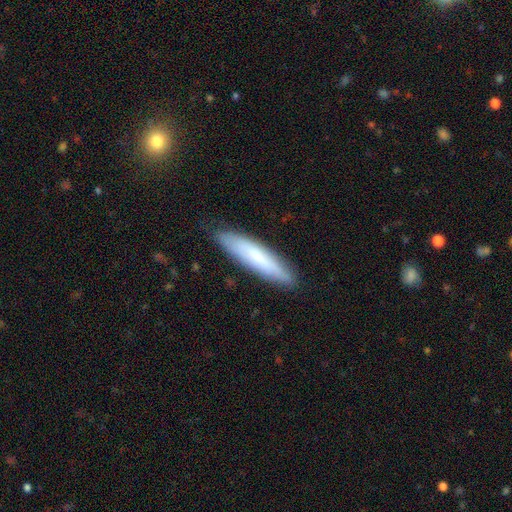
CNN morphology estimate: Q: Smooth or featured?
A: smooth (69%); runner-up: featured or disk (25%)
Q: How rounded?
A: cigar-shaped (81%); runner-up: in between (17%)
Q: Merging?
A: none (84%); runner-up: minor disturbance (13%)